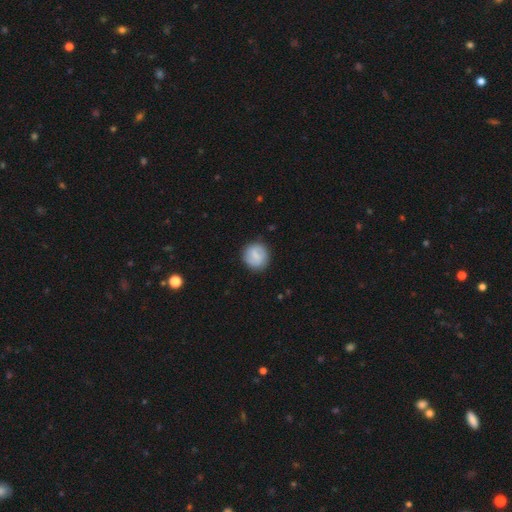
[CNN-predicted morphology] smooth 61%, featured or disk 32%, star or artifact 7%. Down the decision tree: how rounded — round (87%); merging — none (86%).